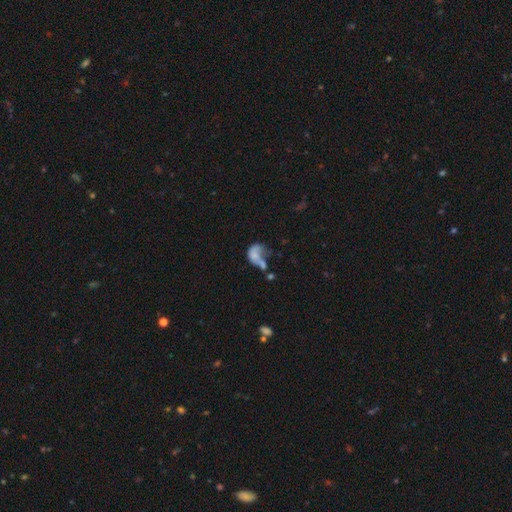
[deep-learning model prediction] This is possibly a smooth galaxy (57%). How rounded: likely in between (71%). Merging: marginally major disturbance (34%).